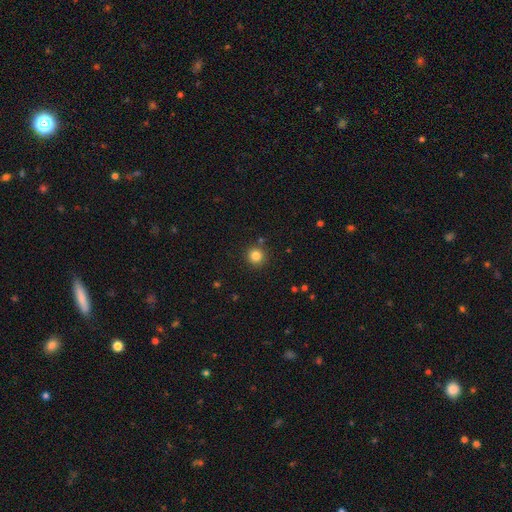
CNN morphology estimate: smooth-or-featured: smooth: 83% | star or artifact: 12% | featured or disk: 5%
  how-rounded: round: 95% | in between: 4% | cigar-shaped: 1%
  merging: none: 89% | minor disturbance: 6% | merger: 3% | major disturbance: 2%